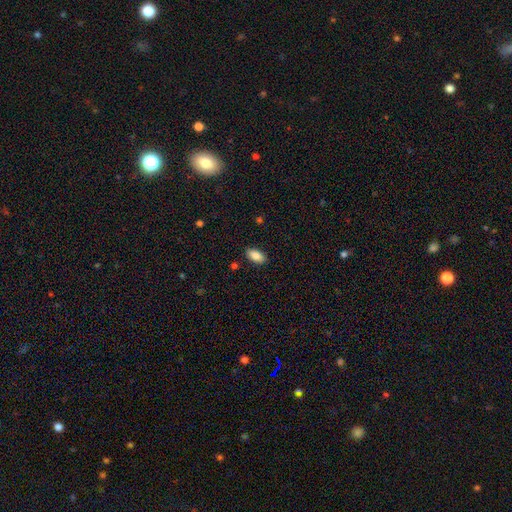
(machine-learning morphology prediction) Smooth or featured: smooth — 87% (star or artifact — 7%)
How rounded: in between — 92% (cigar-shaped — 5%)
Merging: none — 88% (minor disturbance — 9%)